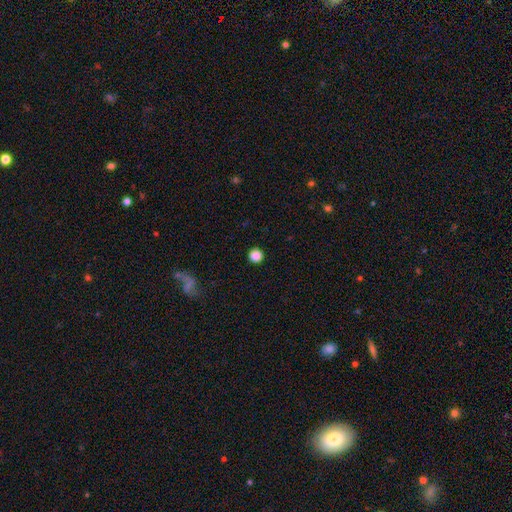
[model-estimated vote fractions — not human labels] The model was most divided on "smooth or featured": smooth: 86%, star or artifact: 10%, featured or disk: 3%. More confident: how rounded — round (96%); merging — none (93%).